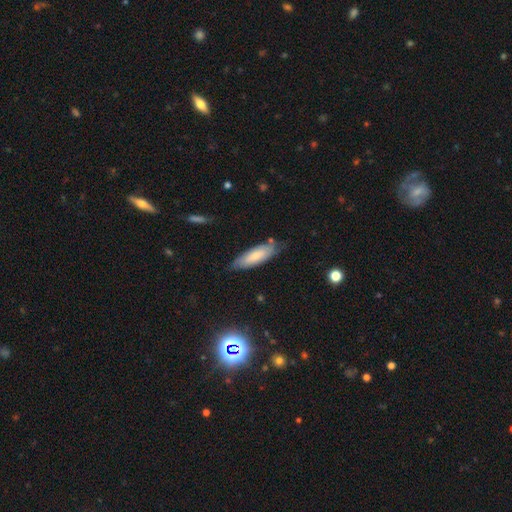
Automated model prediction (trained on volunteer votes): smooth_or_featured: smooth (p=0.72) [alt: featured or disk p=0.22]
how_rounded: in between (p=0.53) [alt: cigar-shaped p=0.45]
merging: none (p=0.72) [alt: minor disturbance p=0.22]